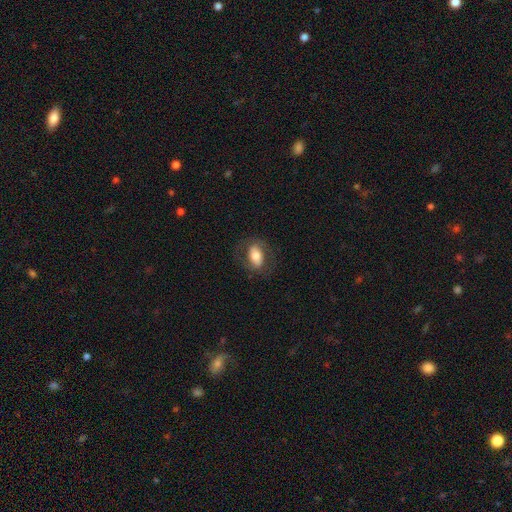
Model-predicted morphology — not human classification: Q: Smooth or featured?
A: smooth (62%); runner-up: featured or disk (31%)
Q: How rounded?
A: in between (85%); runner-up: round (12%)
Q: Merging?
A: none (74%); runner-up: minor disturbance (15%)